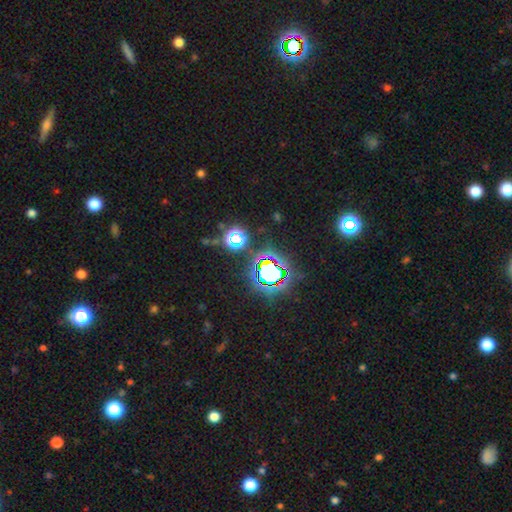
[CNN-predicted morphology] type=star or artifact (77%).